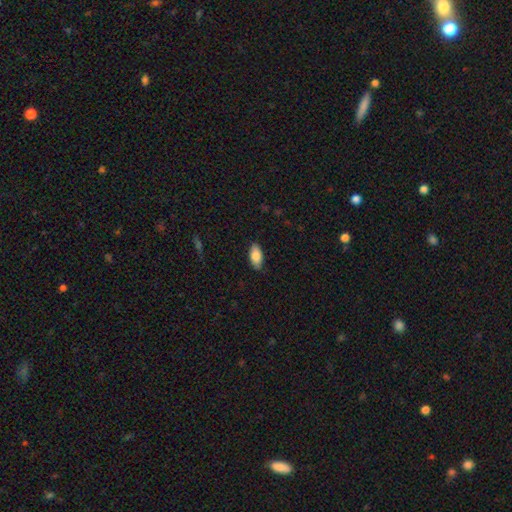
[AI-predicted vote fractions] Smooth or featured? Predicted: smooth (p=0.84). How rounded? Predicted: in between (p=0.91). Merging? Predicted: none (p=0.84).